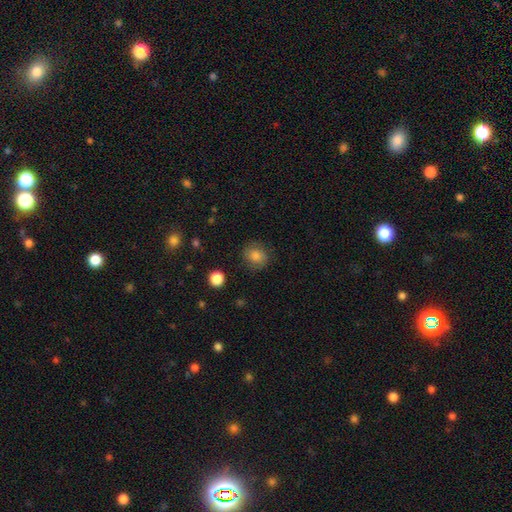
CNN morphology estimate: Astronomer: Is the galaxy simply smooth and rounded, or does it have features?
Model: smooth — 78%.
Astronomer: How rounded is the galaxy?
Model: round — 75%.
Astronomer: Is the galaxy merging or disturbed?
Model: none — 82%.